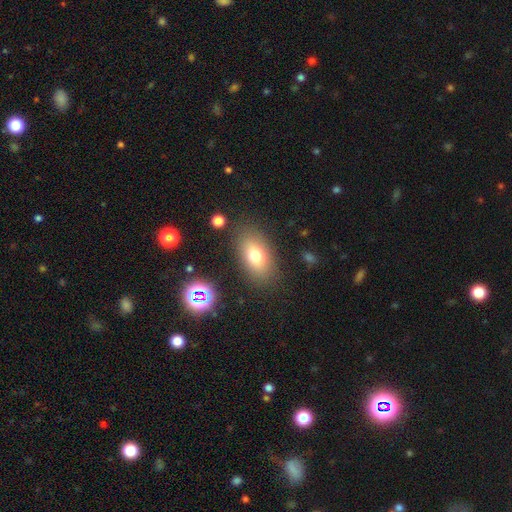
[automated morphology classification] smooth-or-featured: smooth: 73% | featured or disk: 15% | star or artifact: 12%
  how-rounded: in between: 87% | round: 10% | cigar-shaped: 3%
  merging: none: 83% | minor disturbance: 11% | major disturbance: 4% | merger: 2%